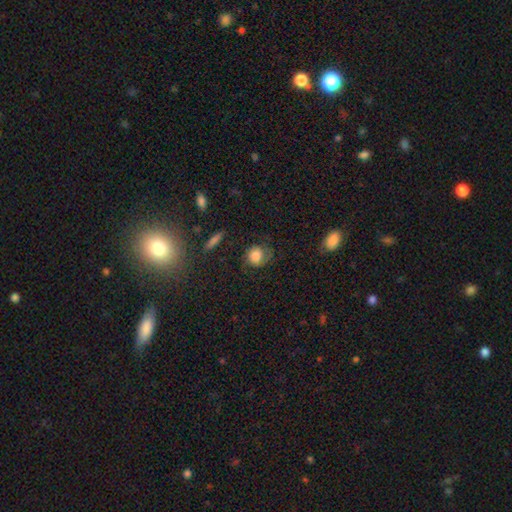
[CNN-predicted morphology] Smooth or featured?
  - smooth: 61% *
  - featured or disk: 29%
  - star or artifact: 9%
How rounded?
  - round: 75% *
  - in between: 24%
  - cigar-shaped: 1%
Merging?
  - none: 58% *
  - minor disturbance: 23%
  - major disturbance: 17%
  - merger: 2%